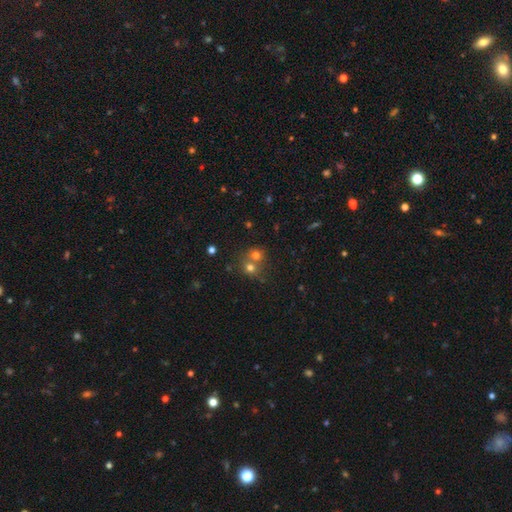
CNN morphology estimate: This appears to be a smooth galaxy with no disk features (69%) that is round (82%). Merging: merger (52%).